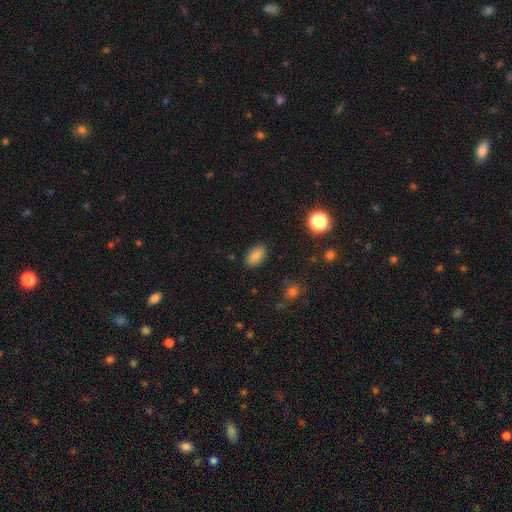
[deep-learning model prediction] Smooth or featured: smooth — 84% (star or artifact — 10%)
How rounded: in between — 91% (round — 6%)
Merging: none — 87% (minor disturbance — 9%)